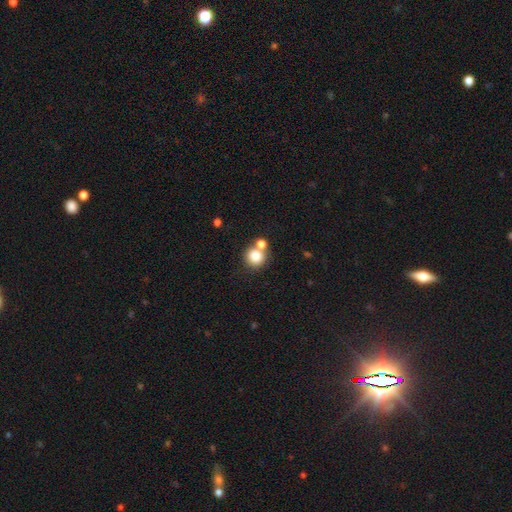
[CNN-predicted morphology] Overall: smooth (80%). How rounded: round (91%). Merging: none (59%; merger 30%).